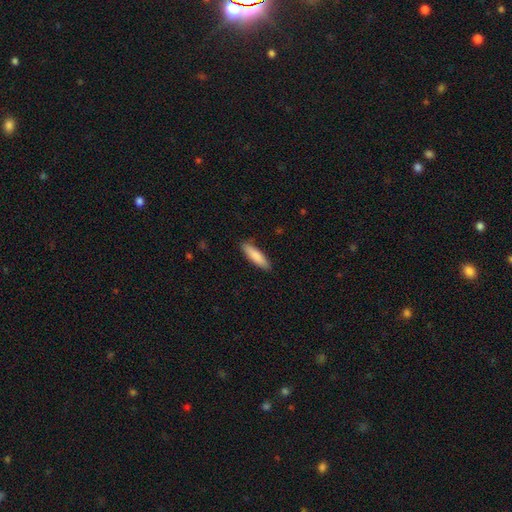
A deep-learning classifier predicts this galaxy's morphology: Smooth or featured? smooth (84%)
How rounded? cigar-shaped (67%)
Merging? none (88%)